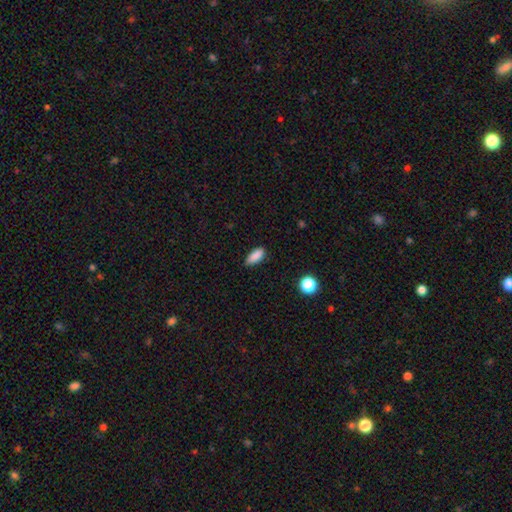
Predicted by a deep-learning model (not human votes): This is clearly a smooth galaxy (87%). How rounded: likely in between (80%). Merging: likely none (79%).